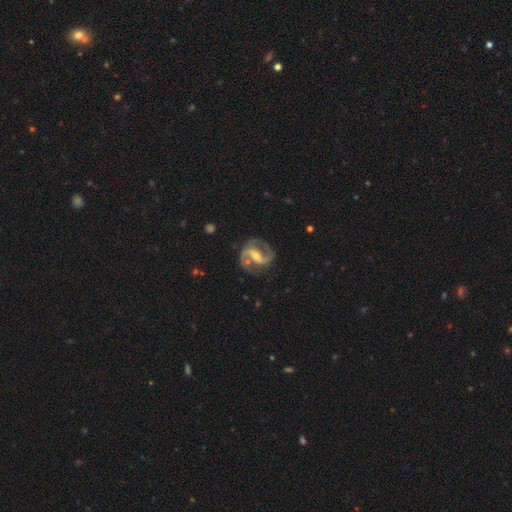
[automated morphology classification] Smooth or featured? featured or disk (90%)
Edge-on disk? no (97%)
Bar? strong (51%)
Spiral arms? yes (97%)
Spiral winding? medium (58%)
Spiral arm count? 2 (92%)
Bulge size? small (46%, tied with moderate)
Merging? none (76%)